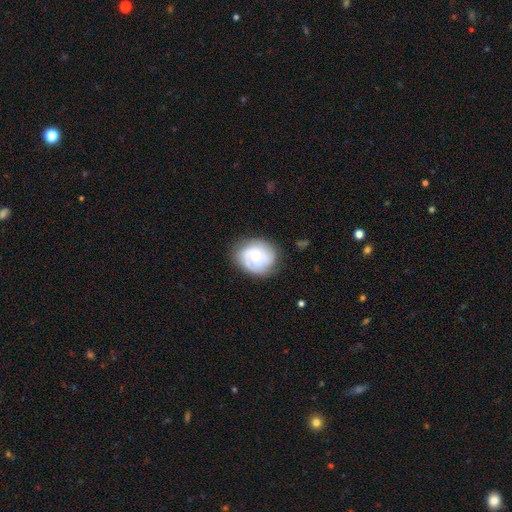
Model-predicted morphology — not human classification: A featured or disk galaxy (72%) with no bar (72%), 2 (37%) tight (64%) spiral arms (86%) and a moderate central bulge (60%). Merging: none (74%).